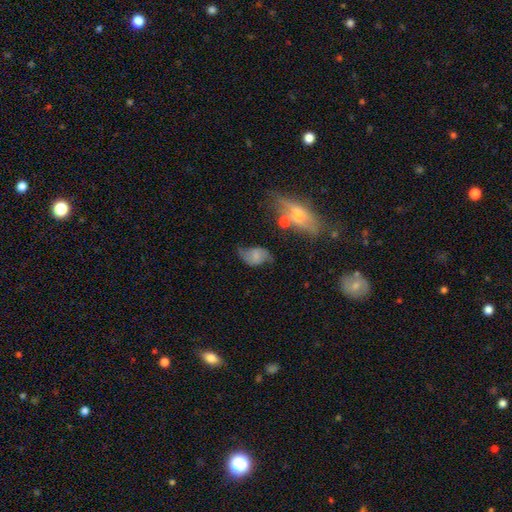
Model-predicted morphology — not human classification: This appears to be a featured or disk galaxy (48%). Merging: none (52%).